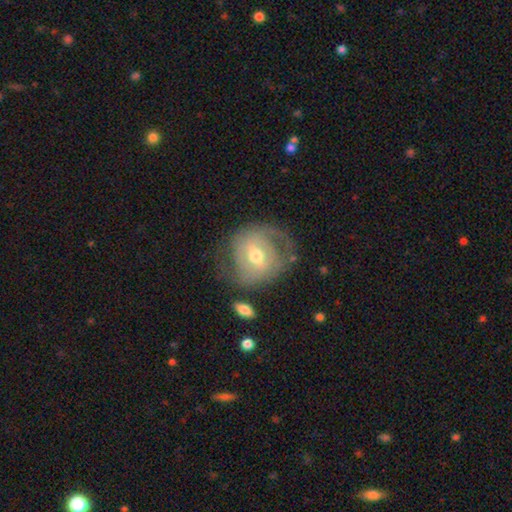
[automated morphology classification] This is likely a featured or disk galaxy (73%). It is clearly not viewed edge-on (97%). Bar: possibly weak (48%). Spiral arm pattern: clearly yes (83%). Spiral arm count: likely 2 (61%). Spiral winding: possibly tight (48%). Central bulge: likely moderate (71%). Merging: likely none (62%).